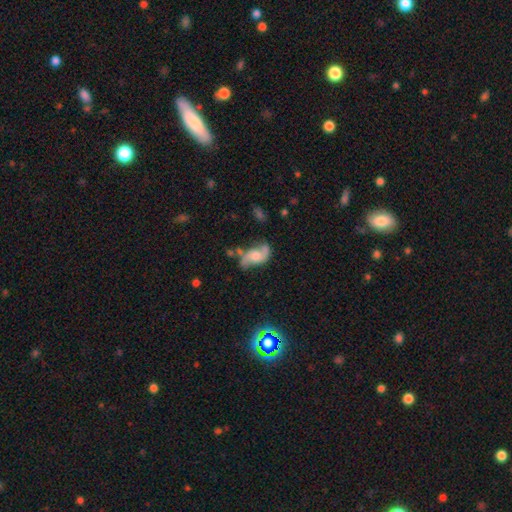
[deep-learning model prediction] featured or disk 76%, smooth 17%, star or artifact 7%. Down the decision tree: edge-on disk — no (95%); bar — no (62%); spiral arms — yes (92%); spiral arm count — 2 (90%); spiral winding — loose (63%); bulge size — moderate (48%); merging — none (58%).